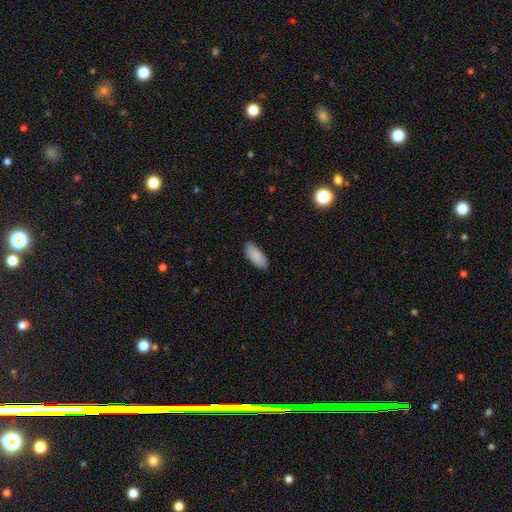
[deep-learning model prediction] Smooth or featured? Predicted: smooth (p=0.89). How rounded? Predicted: in between (p=0.85). Merging? Predicted: none (p=0.88).